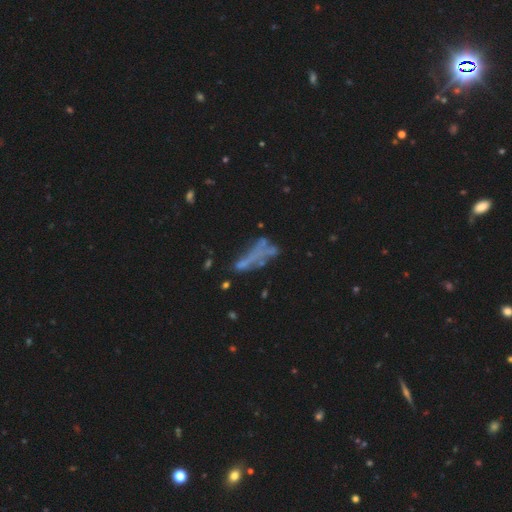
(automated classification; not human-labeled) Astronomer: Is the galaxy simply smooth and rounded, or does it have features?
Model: featured or disk — 44% (runner-up: smooth, 32%).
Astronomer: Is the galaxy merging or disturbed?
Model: none — 39% (runner-up: major disturbance, 28%).